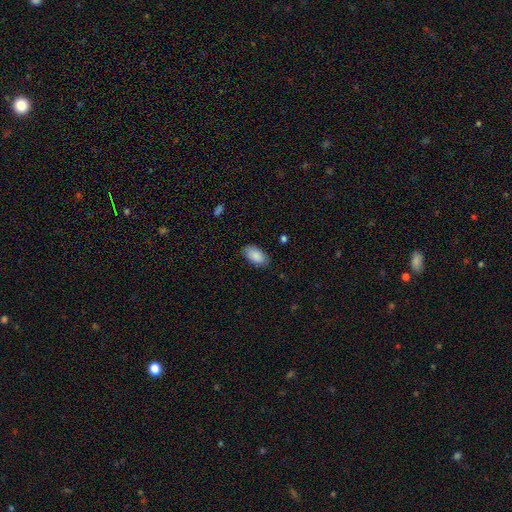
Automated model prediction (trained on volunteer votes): Smooth or featured: smooth — 88% (star or artifact — 6%)
How rounded: in between — 95% (round — 3%)
Merging: none — 82% (minor disturbance — 14%)